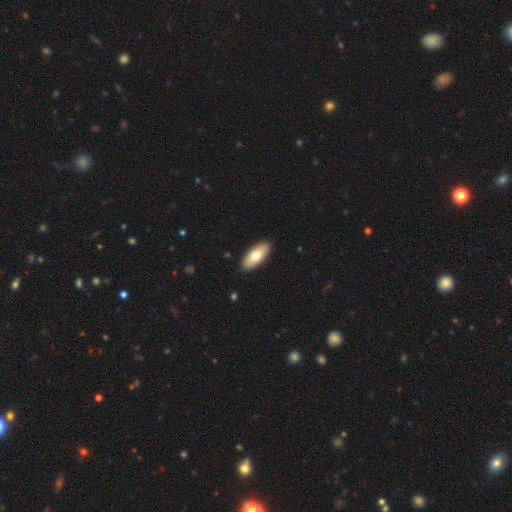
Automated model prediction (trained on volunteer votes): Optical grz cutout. It shows a smooth galaxy with no disk features (71%) that is in between round and cigar-shaped (85%). Merging: none (91%).